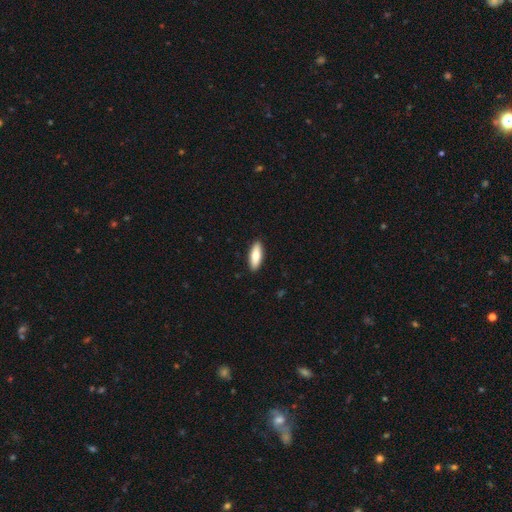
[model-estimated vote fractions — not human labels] The model was most divided on "how rounded": in between: 60%, cigar-shaped: 38%, round: 2%. More confident: merging — none (91%); smooth or featured — smooth (79%).